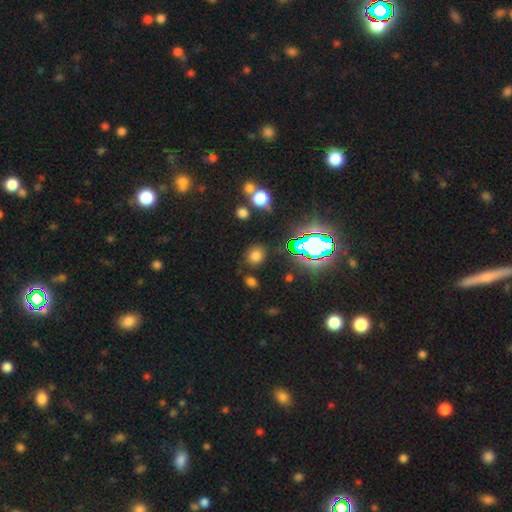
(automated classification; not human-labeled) A smooth galaxy with no disk features (66%) that is round (72%). Merging: none (83%).